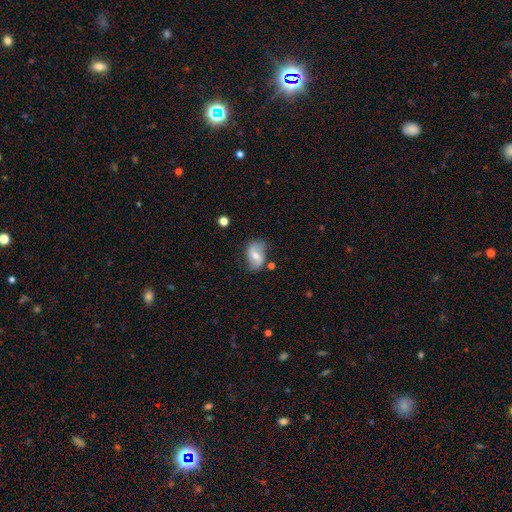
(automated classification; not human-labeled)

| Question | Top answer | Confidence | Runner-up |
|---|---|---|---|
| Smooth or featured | featured or disk | 55% | smooth (37%) |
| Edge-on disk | no | 96% | yes (4%) |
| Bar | weak | 41% | no (37%) |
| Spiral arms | yes | 76% | no (24%) |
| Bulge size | moderate | 59% | small (36%) |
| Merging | none | 70% | minor disturbance (21%) |